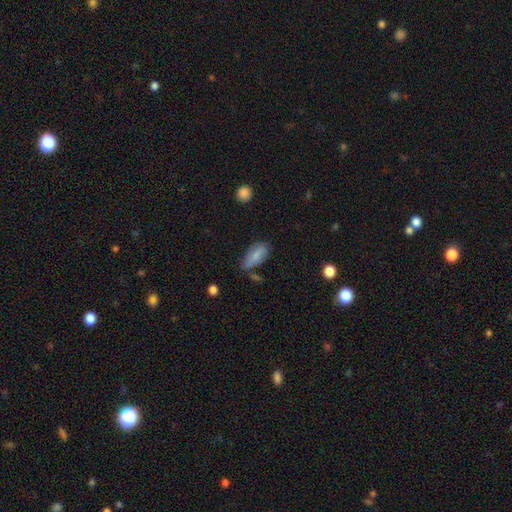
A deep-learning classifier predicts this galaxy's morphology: Smooth or featured? Predicted: smooth (p=0.78). How rounded? Predicted: in between (p=0.86). Merging? Predicted: none (p=0.52).